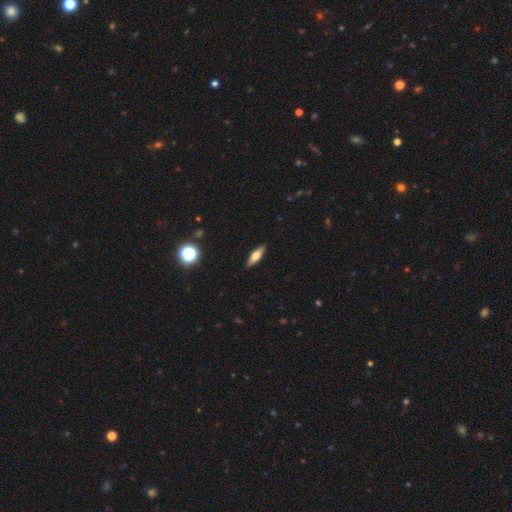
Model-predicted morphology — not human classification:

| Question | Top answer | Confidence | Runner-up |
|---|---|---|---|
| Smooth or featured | smooth | 48% | featured or disk (44%) |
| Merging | none | 89% | minor disturbance (8%) |